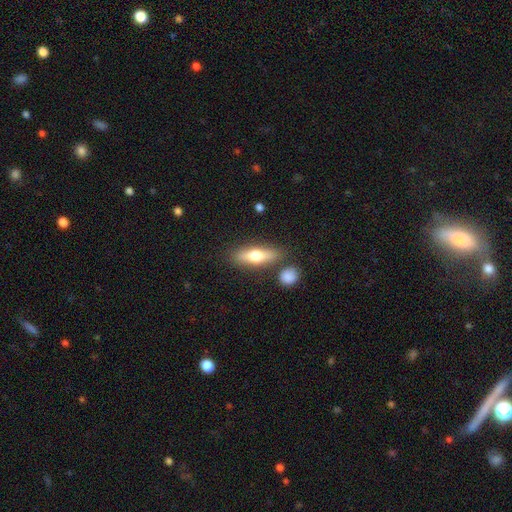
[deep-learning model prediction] Smooth or featured? Predicted: smooth (p=0.60). How rounded? Predicted: cigar-shaped (p=0.49). Merging? Predicted: none (p=0.78).